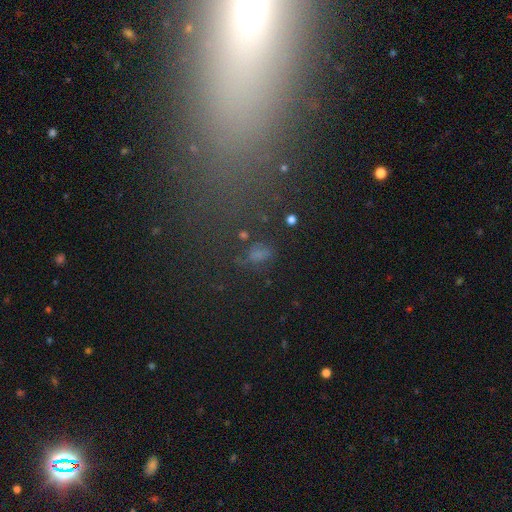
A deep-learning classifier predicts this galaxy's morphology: Q: Smooth or featured?
A: star or artifact (46%); runner-up: smooth (37%)